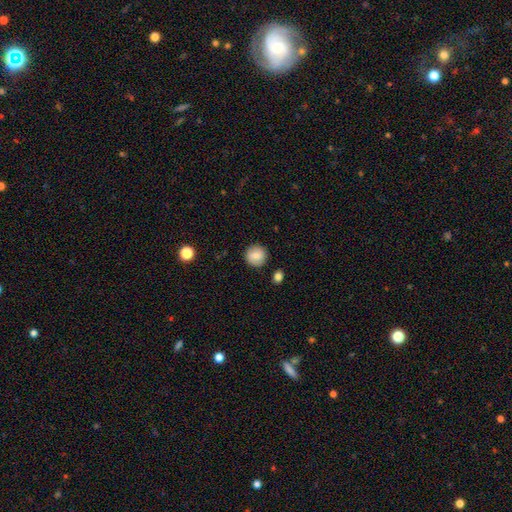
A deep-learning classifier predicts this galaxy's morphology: Smooth or featured: smooth — 82% (featured or disk — 10%)
How rounded: round — 93% (in between — 7%)
Merging: none — 88% (minor disturbance — 8%)